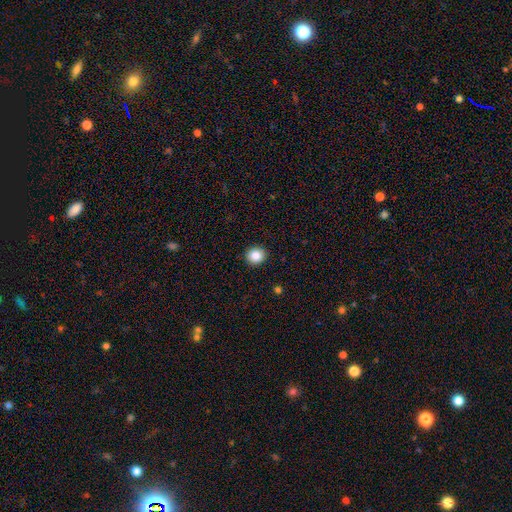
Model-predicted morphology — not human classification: smooth_or_featured: smooth (p=0.87) [alt: star or artifact p=0.10]
how_rounded: round (p=0.87) [alt: in between p=0.12]
merging: none (p=0.92) [alt: minor disturbance p=0.05]